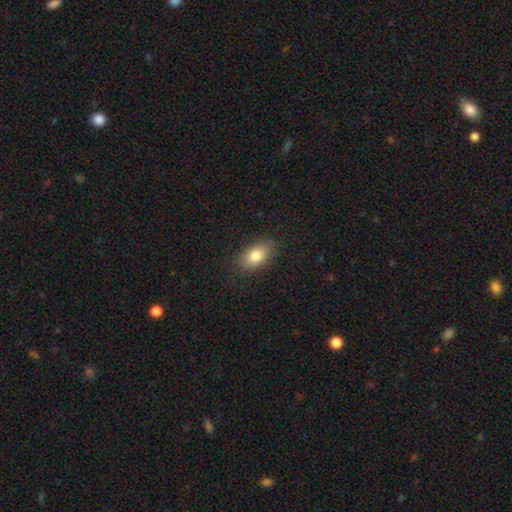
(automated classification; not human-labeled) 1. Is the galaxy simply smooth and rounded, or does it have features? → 82% smooth, 10% featured or disk, 8% star or artifact.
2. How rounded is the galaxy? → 89% in between, 8% round, 3% cigar-shaped.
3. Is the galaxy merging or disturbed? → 84% none, 12% minor disturbance, 3% major disturbance, 1% merger.